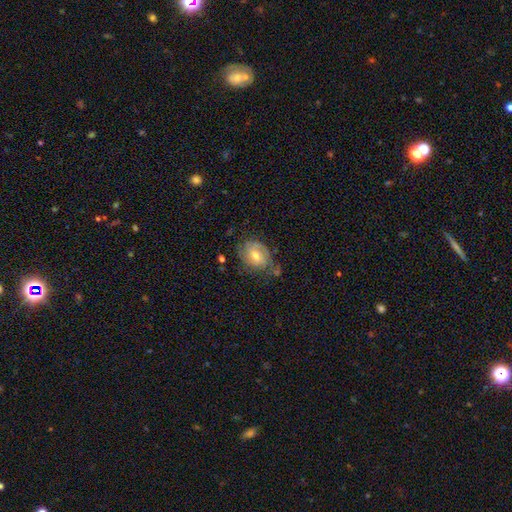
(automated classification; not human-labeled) smooth_or_featured: featured or disk (p=0.54) [alt: smooth p=0.37]
disk_edge_on: no (p=0.95) [alt: yes p=0.05]
bar: no (p=0.52) [alt: weak p=0.39]
has_spiral_arms: yes (p=0.75) [alt: no p=0.25]
bulge_size: moderate (p=0.61) [alt: small p=0.32]
merging: none (p=0.58) [alt: minor disturbance p=0.26]